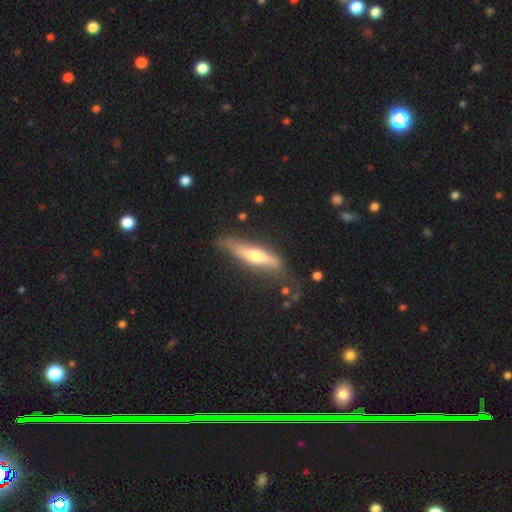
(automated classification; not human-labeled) Overall: featured or disk (57%; smooth 38%). Edge-on disk: yes (87%). Merging: none (68%).